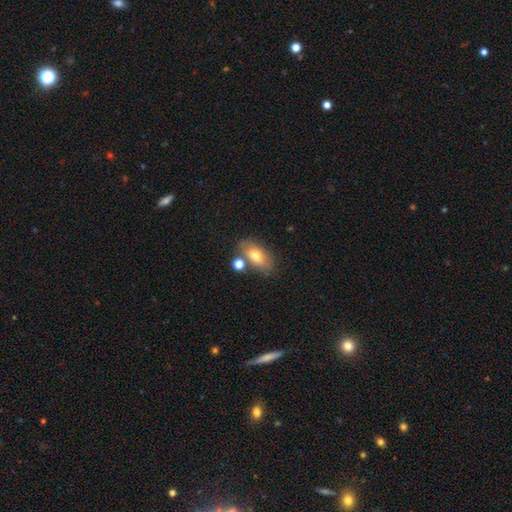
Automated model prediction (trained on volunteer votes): A smooth galaxy with no disk features (68%) that is in between round and cigar-shaped (85%). Merging: none (66%).